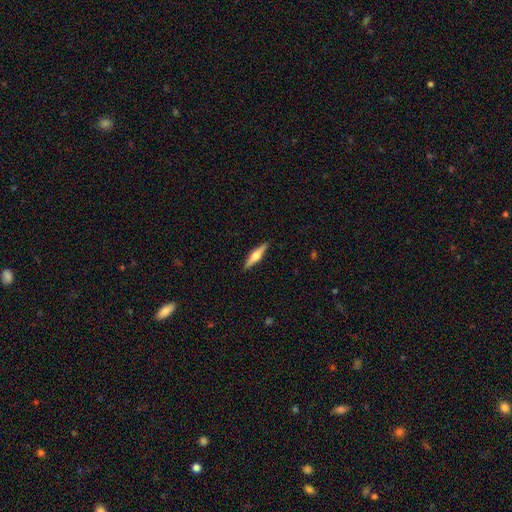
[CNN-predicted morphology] featured or disk 64%, smooth 31%, star or artifact 5%. Down the decision tree: edge-on disk — yes (97%); edge-on bulge — rounded (91%); merging — none (91%).